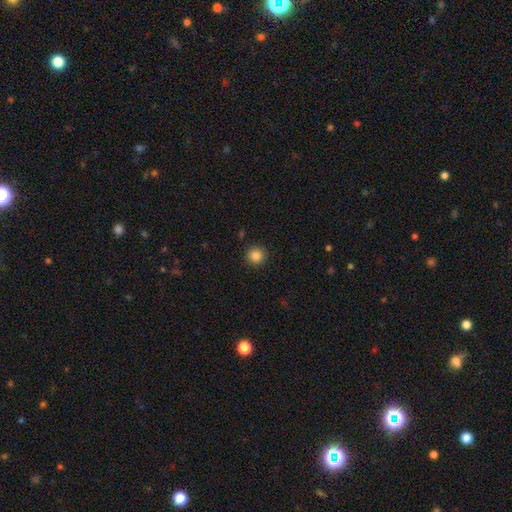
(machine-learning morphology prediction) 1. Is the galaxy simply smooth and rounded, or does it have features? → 86% smooth, 10% star or artifact, 4% featured or disk.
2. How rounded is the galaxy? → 95% round, 5% in between, 1% cigar-shaped.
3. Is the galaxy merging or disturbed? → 92% none, 5% minor disturbance, 2% major disturbance, 1% merger.